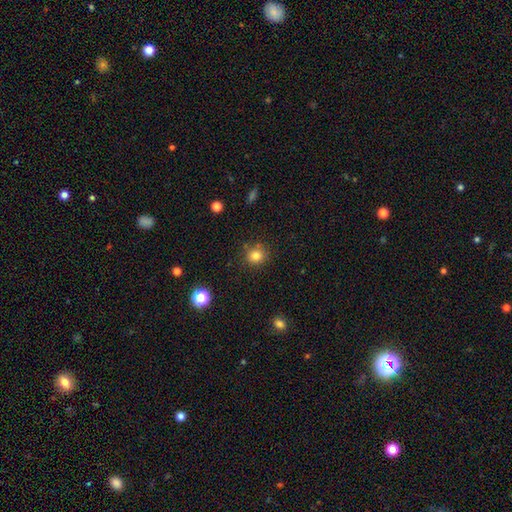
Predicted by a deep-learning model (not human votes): smooth 80%, star or artifact 13%, featured or disk 6%. Down the decision tree: how rounded — round (85%); merging — none (83%).